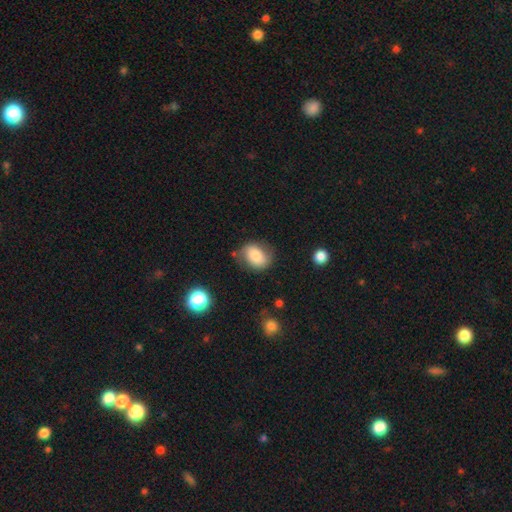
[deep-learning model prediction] Q: Smooth or featured?
A: smooth (74%); runner-up: featured or disk (18%)
Q: How rounded?
A: in between (66%); runner-up: round (32%)
Q: Merging?
A: none (65%); runner-up: minor disturbance (24%)